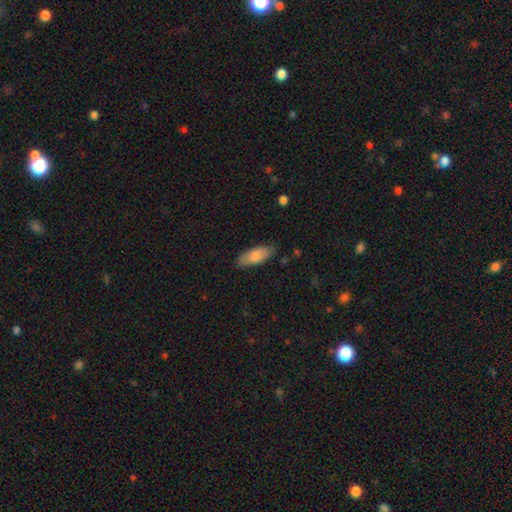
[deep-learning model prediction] Smooth or featured: smooth — 82% (featured or disk — 12%)
How rounded: in between — 78% (cigar-shaped — 21%)
Merging: none — 83% (minor disturbance — 14%)